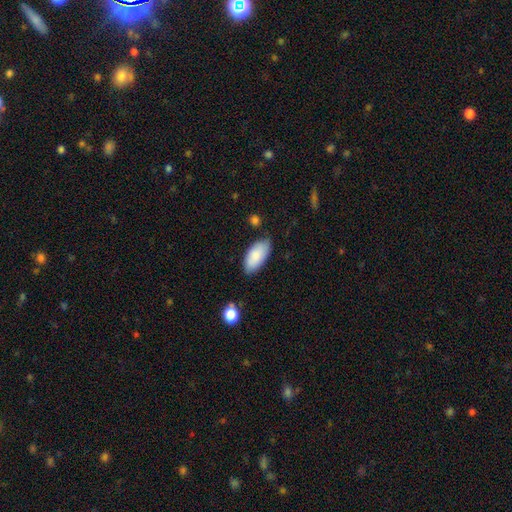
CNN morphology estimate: Smooth or featured: smooth — 86% (featured or disk — 8%)
How rounded: in between — 93% (cigar-shaped — 6%)
Merging: none — 78% (minor disturbance — 17%)